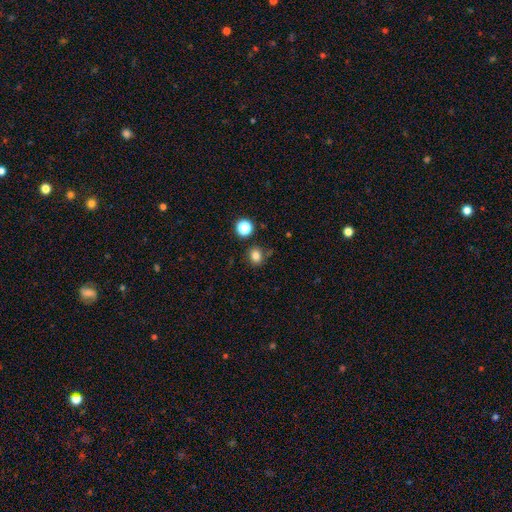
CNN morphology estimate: Smooth or featured? smooth (80%)
How rounded? round (69%)
Merging? none (78%)